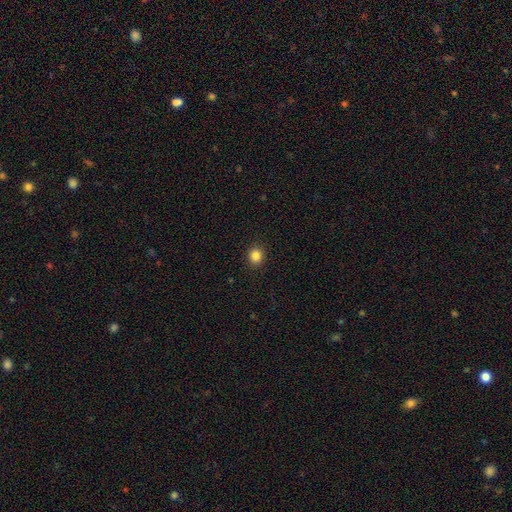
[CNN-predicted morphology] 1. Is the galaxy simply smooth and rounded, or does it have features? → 85% smooth, 11% star or artifact, 4% featured or disk.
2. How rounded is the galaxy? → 84% round, 15% in between, 1% cigar-shaped.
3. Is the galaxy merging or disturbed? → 92% none, 5% minor disturbance, 2% major disturbance, 1% merger.